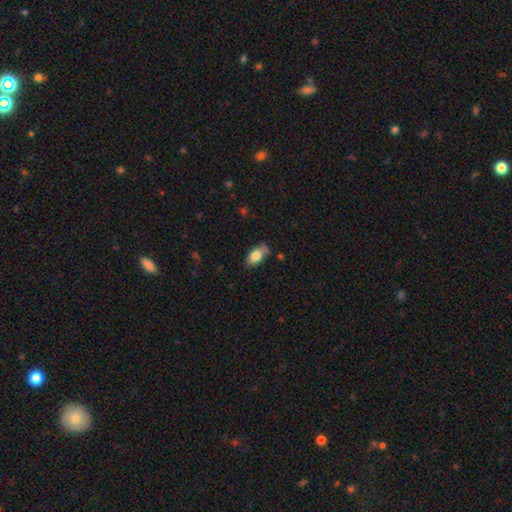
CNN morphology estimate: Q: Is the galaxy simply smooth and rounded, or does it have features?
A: smooth — 80%.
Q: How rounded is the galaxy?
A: in between — 92%.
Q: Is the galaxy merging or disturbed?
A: none — 68%.